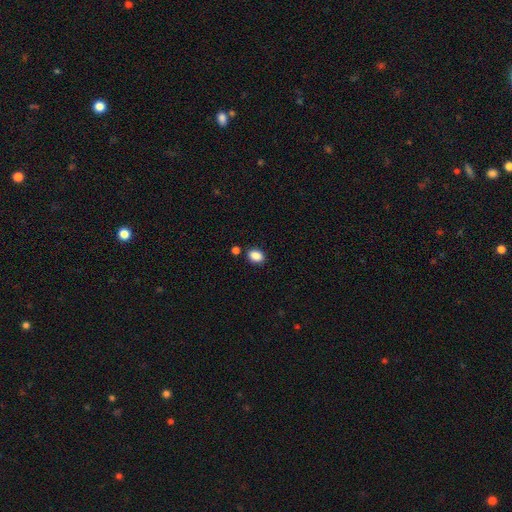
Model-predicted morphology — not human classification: Smooth or featured?
  - smooth: 88% *
  - star or artifact: 9%
  - featured or disk: 3%
How rounded?
  - in between: 72% *
  - round: 26%
  - cigar-shaped: 1%
Merging?
  - none: 83% *
  - minor disturbance: 10%
  - merger: 5%
  - major disturbance: 3%